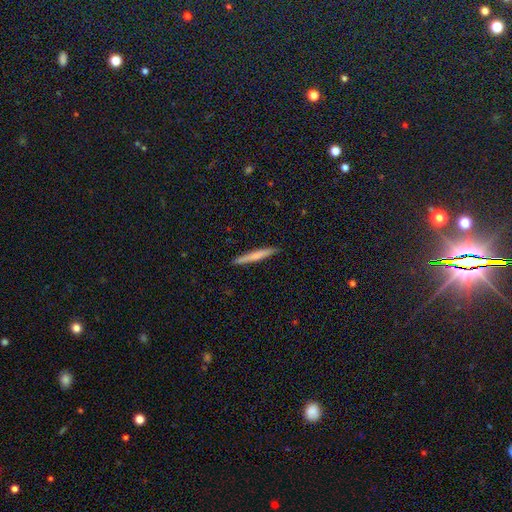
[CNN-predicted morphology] type=smooth (65%); roundness=cigar-shaped (96%); merging=none (91%).